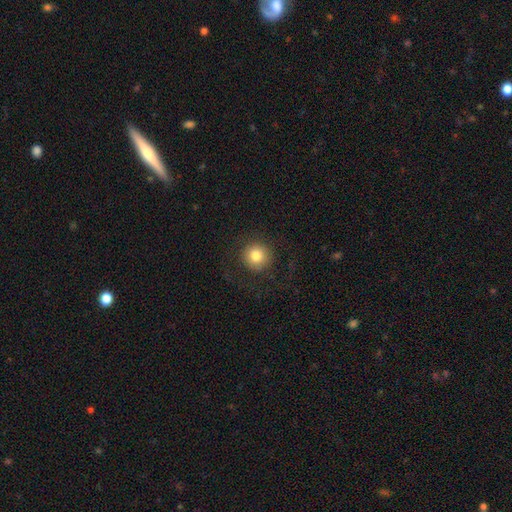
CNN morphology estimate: smooth-or-featured: smooth: 80% | star or artifact: 10% | featured or disk: 10%
  how-rounded: round: 95% | in between: 4% | cigar-shaped: 1%
  merging: none: 87% | minor disturbance: 7% | major disturbance: 5% | merger: 1%